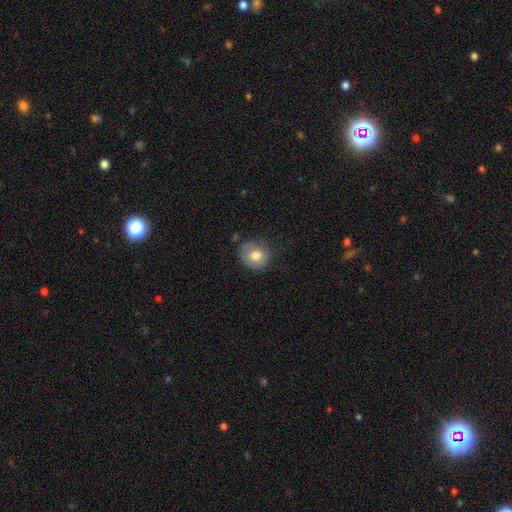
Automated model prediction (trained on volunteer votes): Q: Smooth or featured?
A: smooth (75%); runner-up: featured or disk (16%)
Q: How rounded?
A: round (79%); runner-up: in between (20%)
Q: Merging?
A: none (62%); runner-up: minor disturbance (25%)